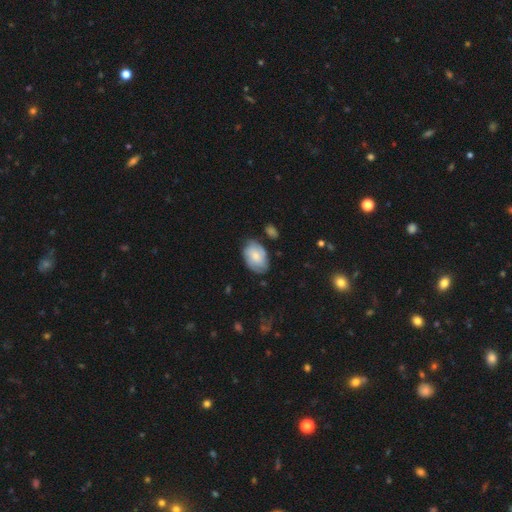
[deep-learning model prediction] Overall: smooth (56%; featured or disk 37%). How rounded: in between (86%). Merging: none (68%).